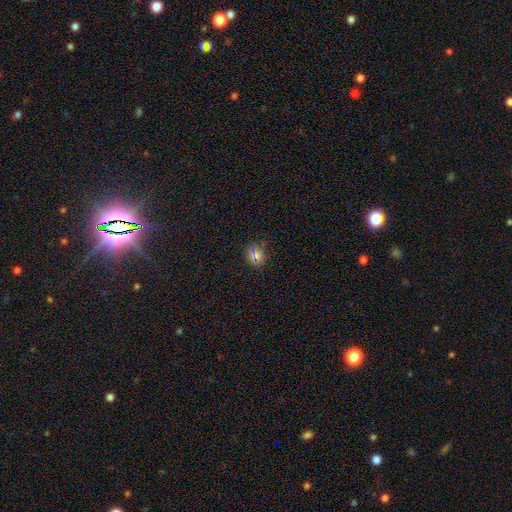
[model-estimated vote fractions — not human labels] Smooth or featured?
  - smooth: 66% *
  - star or artifact: 27%
  - featured or disk: 7%
How rounded?
  - round: 82% *
  - in between: 16%
  - cigar-shaped: 2%
Merging?
  - none: 87% *
  - minor disturbance: 8%
  - major disturbance: 3%
  - merger: 2%